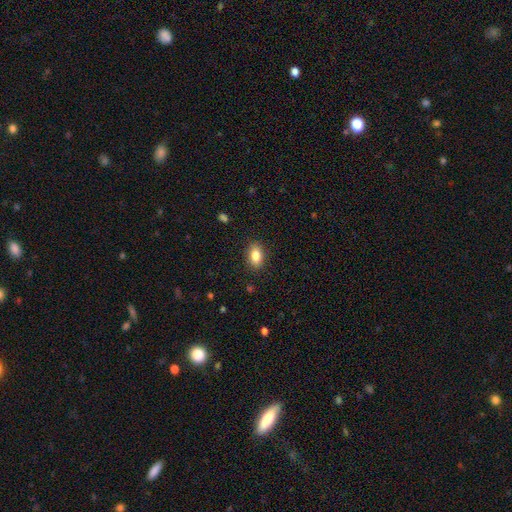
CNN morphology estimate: Smooth or featured? Predicted: smooth (p=0.85). How rounded? Predicted: in between (p=0.89). Merging? Predicted: none (p=0.88).